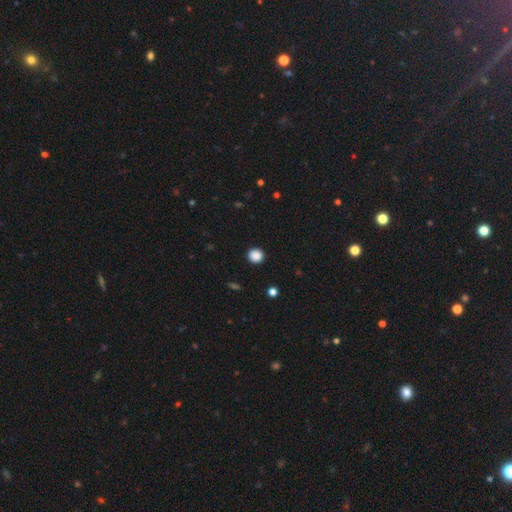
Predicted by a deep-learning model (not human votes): smooth-or-featured: smooth: 87% | star or artifact: 10% | featured or disk: 2%
  how-rounded: round: 90% | in between: 9% | cigar-shaped: 1%
  merging: none: 92% | minor disturbance: 5% | major disturbance: 2% | merger: 1%